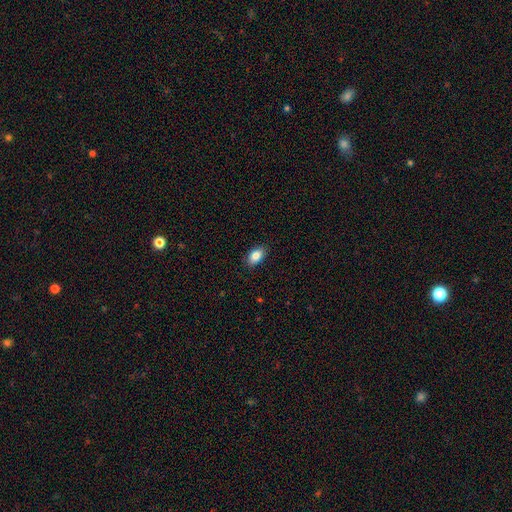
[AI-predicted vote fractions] A smooth galaxy with no disk features (85%) that is in between round and cigar-shaped (89%).

Vote fractions:
- Smooth or featured? smooth: 85% / star or artifact: 8% / featured or disk: 8%
- How rounded? in between: 89% / round: 9% / cigar-shaped: 2%
- Merging? none: 88% / minor disturbance: 9% / major disturbance: 2% / merger: 1%